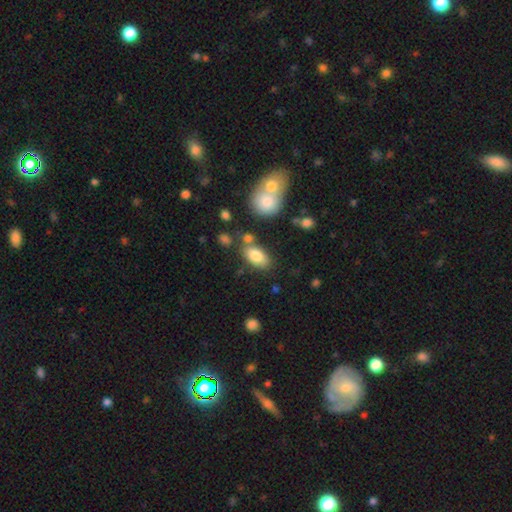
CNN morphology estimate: smooth 82%, featured or disk 11%, star or artifact 8%. Down the decision tree: how rounded — in between (91%); merging — none (69%).